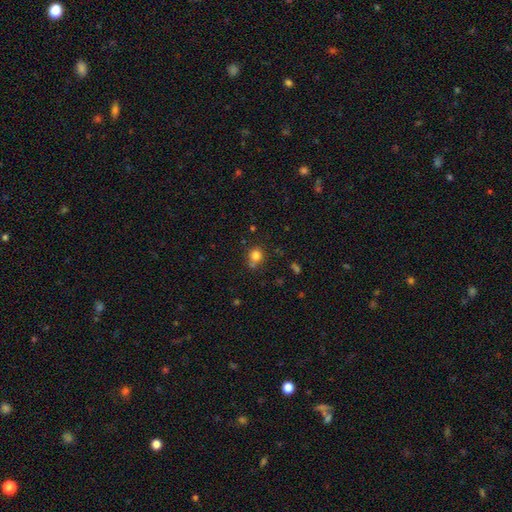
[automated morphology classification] Smooth or featured? smooth (80%)
How rounded? round (80%)
Merging? none (62%)